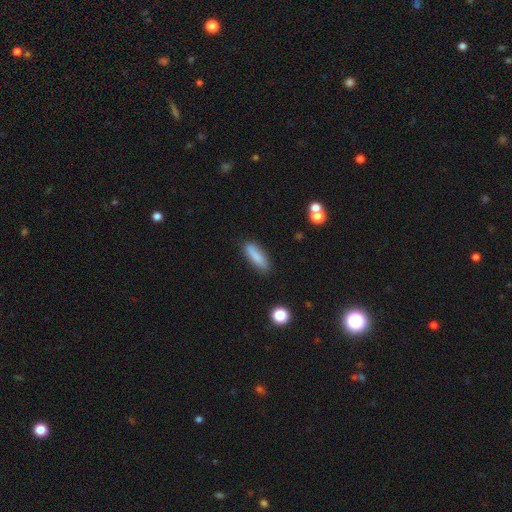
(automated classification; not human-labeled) Smooth or featured? Predicted: smooth (p=0.84). How rounded? Predicted: cigar-shaped (p=0.55). Merging? Predicted: none (p=0.84).